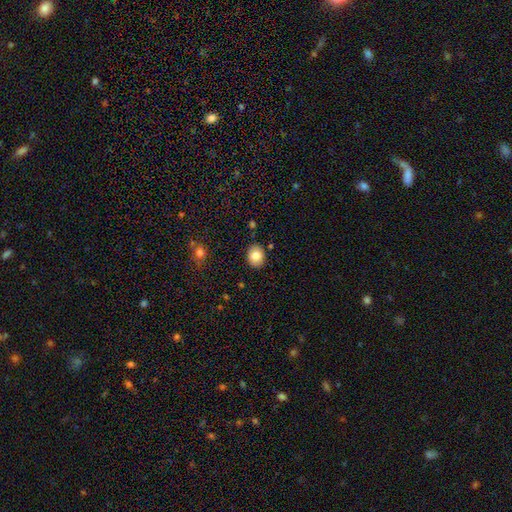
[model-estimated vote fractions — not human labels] A smooth galaxy with no disk features (82%) that is round (55%). Merging: none (87%).